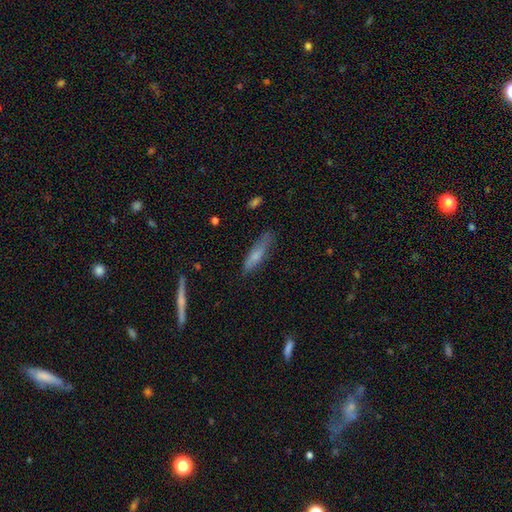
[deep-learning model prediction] Smooth or featured?
  - smooth: 68% *
  - featured or disk: 24%
  - star or artifact: 7%
How rounded?
  - cigar-shaped: 73% *
  - in between: 25%
  - round: 2%
Merging?
  - none: 73% *
  - minor disturbance: 21%
  - major disturbance: 5%
  - merger: 2%